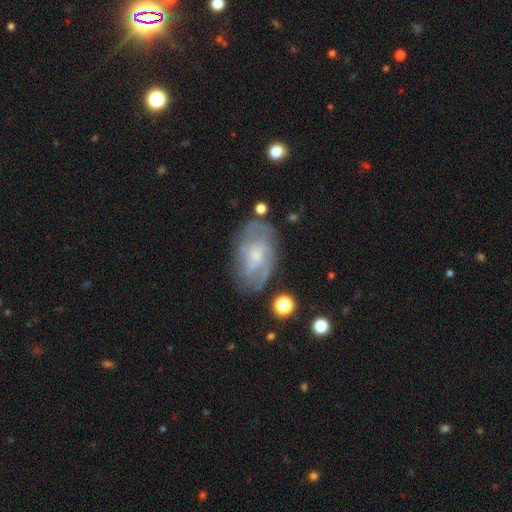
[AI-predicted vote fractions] This appears to be a featured or disk galaxy (68%) with no bar (64%), spiral arms (75%) and a small central bulge (53%). Merging: none (65%).